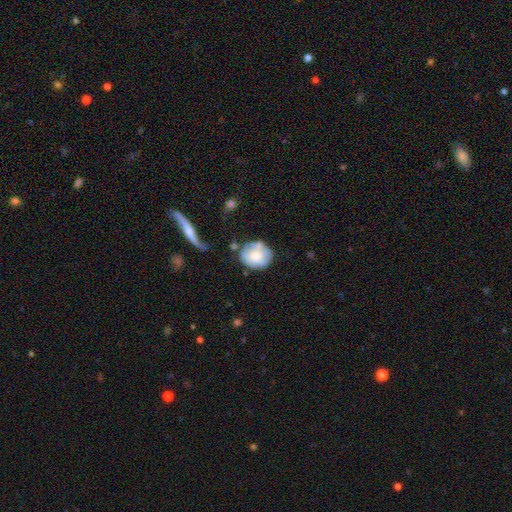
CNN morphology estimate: A smooth galaxy with no disk features (64%) that is round (74%). Merging: none (58%).